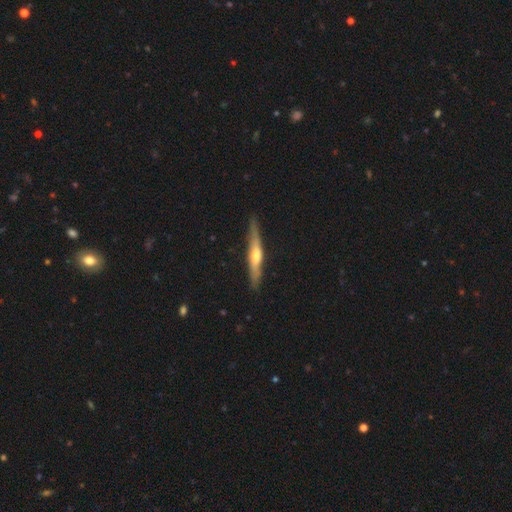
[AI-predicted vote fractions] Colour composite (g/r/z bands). It shows a featured or disk galaxy (66%) viewed edge-on (96%) with a rounded central bulge (81%). Merging: none (86%).